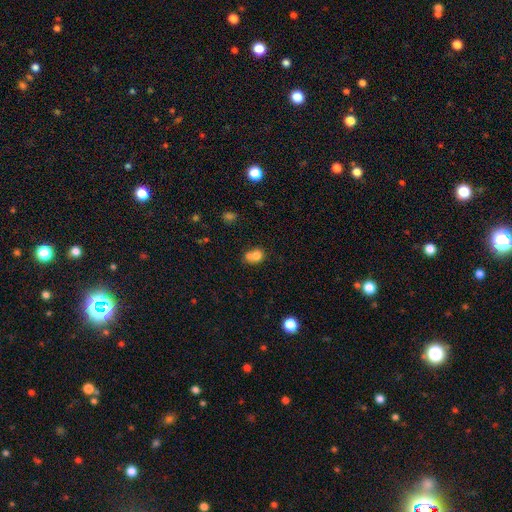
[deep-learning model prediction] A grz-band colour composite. It shows a smooth galaxy with no disk features (75%) that is round (60%). Merging: merger (42%).